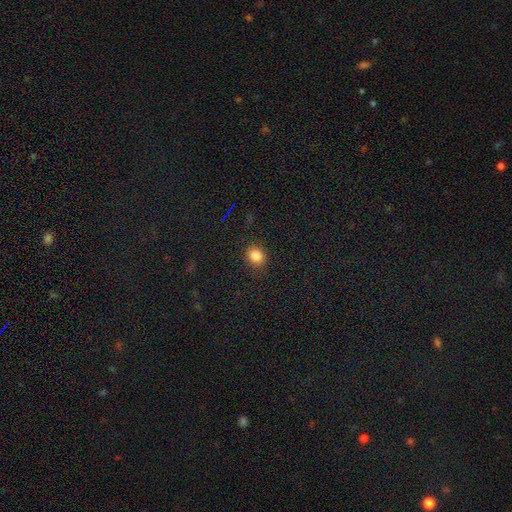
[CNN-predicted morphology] smooth_or_featured: smooth (p=0.83) [alt: star or artifact p=0.12]
how_rounded: round (p=0.66) [alt: in between p=0.33]
merging: none (p=0.87) [alt: minor disturbance p=0.09]